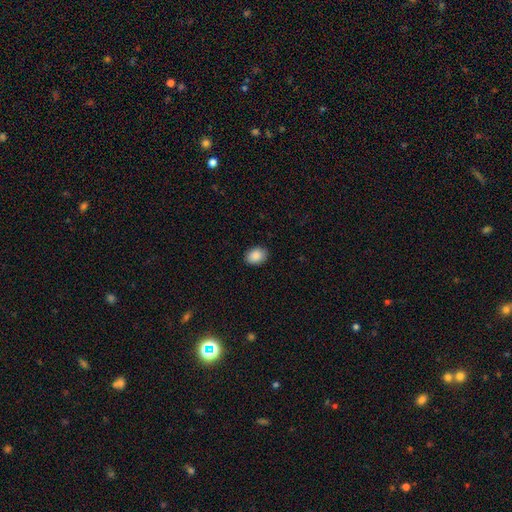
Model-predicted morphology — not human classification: This is clearly a smooth galaxy (89%). How rounded: likely in between (70%). Merging: clearly none (89%).